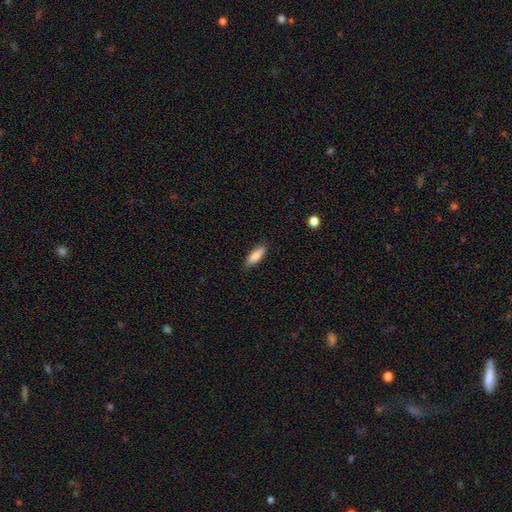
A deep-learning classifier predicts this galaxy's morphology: Q: Smooth or featured?
A: smooth (85%); runner-up: featured or disk (9%)
Q: How rounded?
A: in between (57%); runner-up: cigar-shaped (41%)
Q: Merging?
A: none (82%); runner-up: minor disturbance (14%)